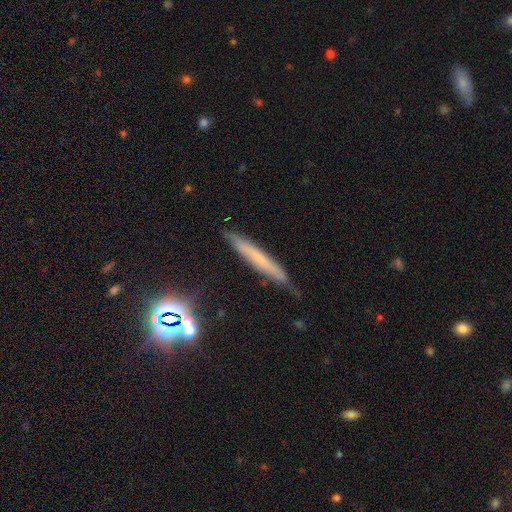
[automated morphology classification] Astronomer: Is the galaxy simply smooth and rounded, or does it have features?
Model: smooth — 51% (runner-up: featured or disk, 34%).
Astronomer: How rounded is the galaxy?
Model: cigar-shaped — 94%.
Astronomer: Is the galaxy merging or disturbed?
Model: none — 84%.